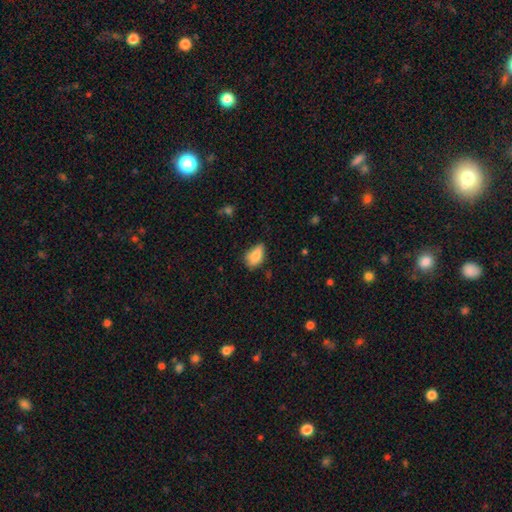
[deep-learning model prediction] Q: Smooth or featured?
A: smooth (80%); runner-up: featured or disk (12%)
Q: How rounded?
A: in between (86%); runner-up: round (11%)
Q: Merging?
A: none (50%); runner-up: minor disturbance (37%)